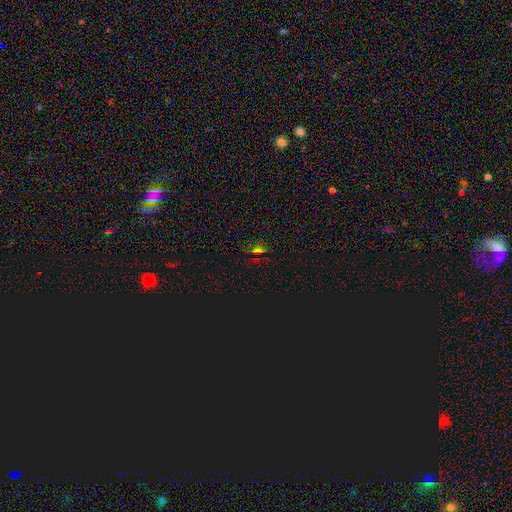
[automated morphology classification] Smooth or featured? Predicted: star or artifact (p=0.61).